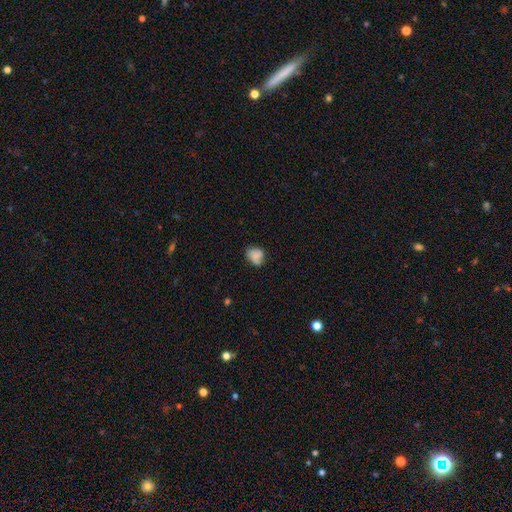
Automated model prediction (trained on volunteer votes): Smooth or featured?
  - smooth: 71% *
  - featured or disk: 18%
  - star or artifact: 11%
How rounded?
  - in between: 50% *
  - round: 49%
  - cigar-shaped: 1%
Merging?
  - none: 56% *
  - minor disturbance: 30%
  - major disturbance: 10%
  - merger: 5%